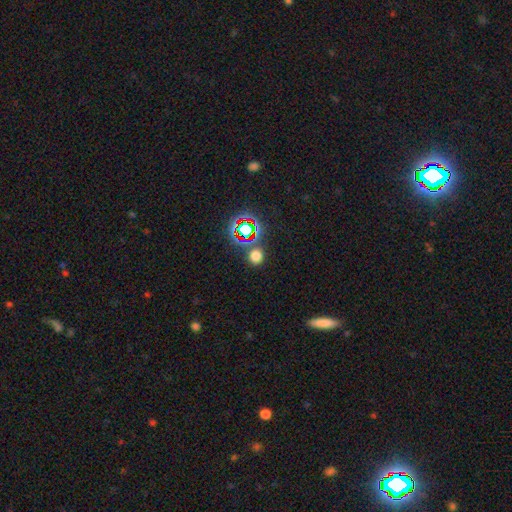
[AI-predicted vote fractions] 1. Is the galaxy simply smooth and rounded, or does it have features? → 64% smooth, 30% star or artifact, 6% featured or disk.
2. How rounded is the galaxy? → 88% round, 10% in between, 1% cigar-shaped.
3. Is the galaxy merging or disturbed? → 77% none, 10% merger, 9% minor disturbance, 4% major disturbance.